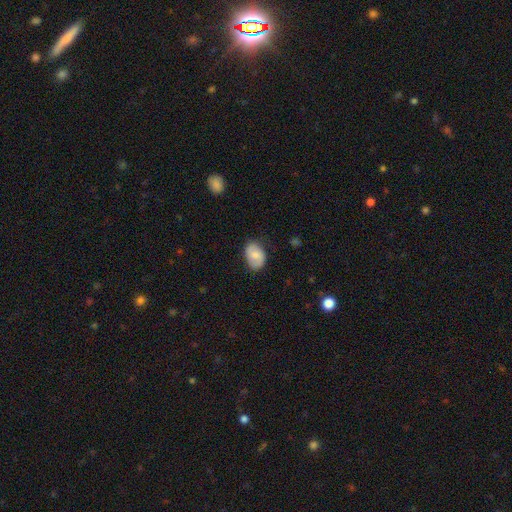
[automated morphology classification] A smooth galaxy with no disk features (67%) that is in between round and cigar-shaped (83%). Merging: none (74%).